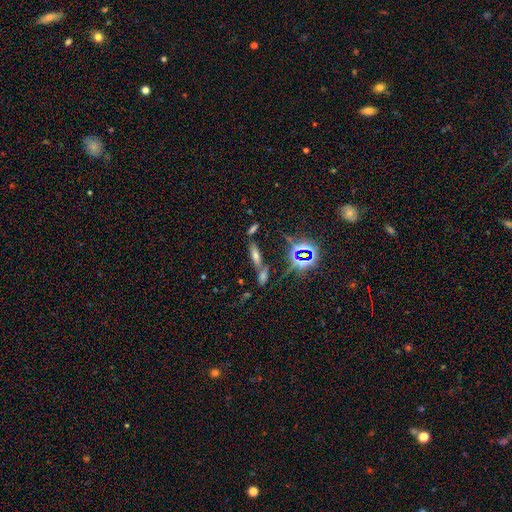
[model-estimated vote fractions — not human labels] This is marginally a smooth galaxy (42%). Merging: possibly none (57%).